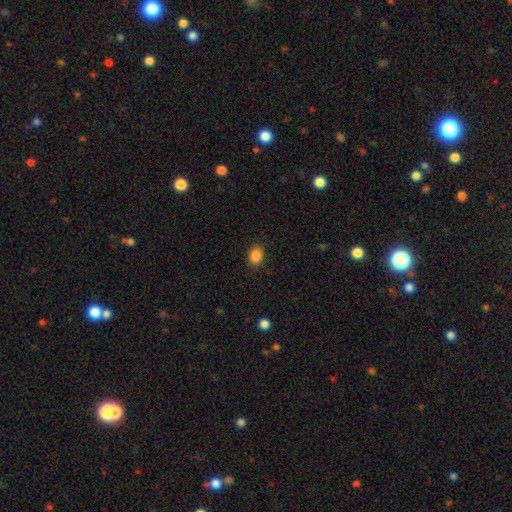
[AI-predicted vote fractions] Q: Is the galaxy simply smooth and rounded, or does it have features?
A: smooth — 88%.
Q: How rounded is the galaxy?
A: in between — 65%.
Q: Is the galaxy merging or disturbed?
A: none — 88%.